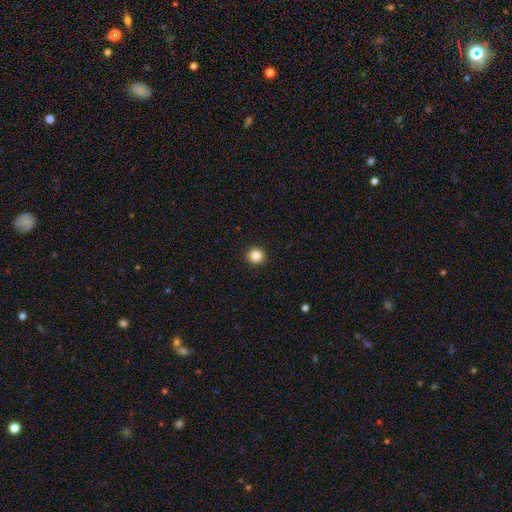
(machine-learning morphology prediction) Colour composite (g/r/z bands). It shows a smooth galaxy with no disk features (86%) that is round (93%). Merging: none (94%).